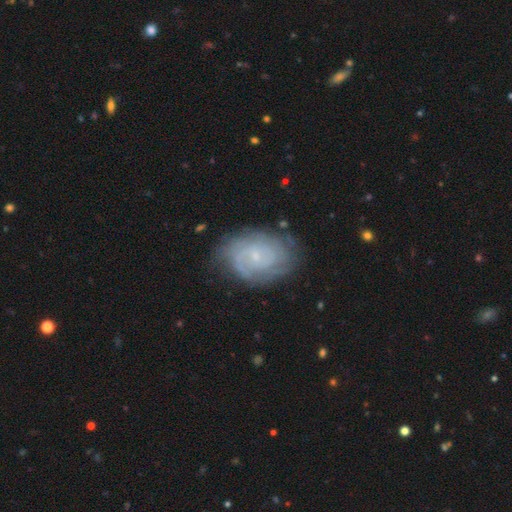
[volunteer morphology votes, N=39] Smooth or featured?
  - featured or disk: 59% *
  - smooth: 33%
  - star or artifact: 8%
Edge-on disk?
  - no: 100% *
  - yes: 0%
Bar?
  - no: 48% *
  - weak: 43%
  - strong: 9%
Spiral arms?
  - yes: 91% *
  - no: 9%
Spiral winding?
  - tight: 62% *
  - medium: 33%
  - loose: 5%
Spiral arm count?
  - can't tell: 52% *
  - 2: 24%
  - 3: 10%
  - 4: 10%
  - more than 4: 5%
  - 1: 0%
Bulge size?
  - moderate: 48% *
  - small: 35%
  - none: 9%
  - dominant: 4%
  - large: 4%
Merging?
  - none: 78% *
  - minor disturbance: 19%
  - major disturbance: 3%
  - merger: 0%